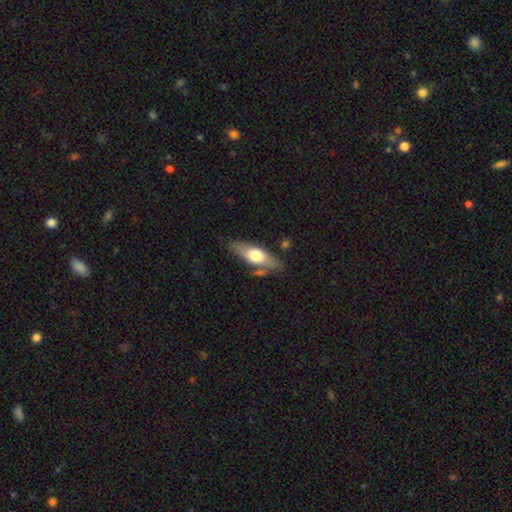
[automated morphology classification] smooth_or_featured: smooth (p=0.55) [alt: featured or disk p=0.40]
how_rounded: in between (p=0.58) [alt: cigar-shaped p=0.39]
merging: none (p=0.73) [alt: minor disturbance p=0.16]